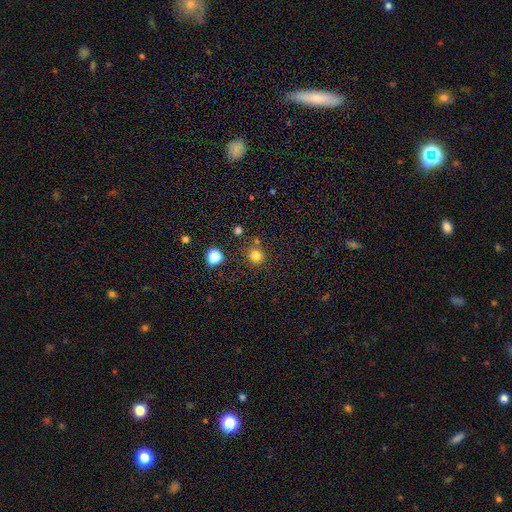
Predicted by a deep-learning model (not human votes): This is likely a smooth galaxy (78%). How rounded: clearly round (90%). Merging: likely none (78%).